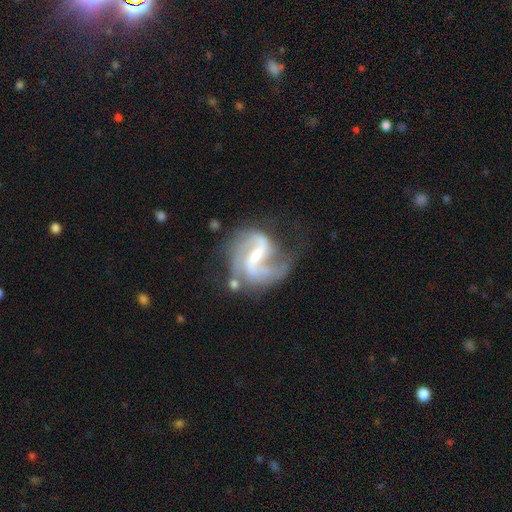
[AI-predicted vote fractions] Smooth or featured? Predicted: featured or disk (p=0.89). Edge-on disk? Predicted: no (p=0.98). Bar? Predicted: weak (p=0.47). Spiral arms? Predicted: yes (p=0.96). Spiral winding? Predicted: medium (p=0.47). Spiral arm count? Predicted: 2 (p=0.80). Bulge size? Predicted: small (p=0.47). Merging? Predicted: none (p=0.50).